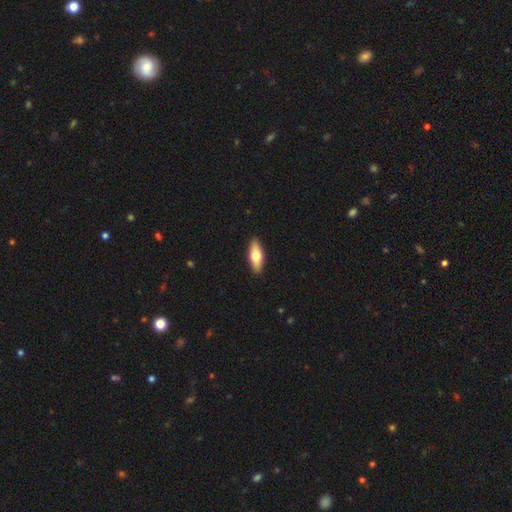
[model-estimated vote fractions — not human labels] smooth-or-featured: smooth: 62% | featured or disk: 33% | star or artifact: 5%
  how-rounded: in between: 64% | cigar-shaped: 33% | round: 3%
  merging: none: 91% | minor disturbance: 7% | major disturbance: 2% | merger: 1%